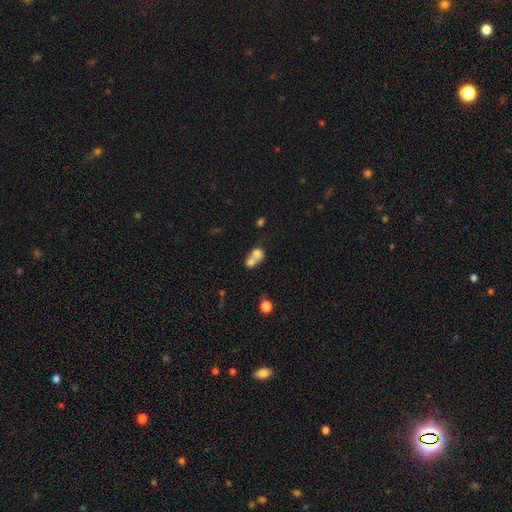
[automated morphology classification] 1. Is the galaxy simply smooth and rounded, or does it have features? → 71% smooth, 18% featured or disk, 10% star or artifact.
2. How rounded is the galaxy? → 56% round, 43% in between, 2% cigar-shaped.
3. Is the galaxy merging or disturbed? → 72% merger, 19% none, 5% minor disturbance, 4% major disturbance.